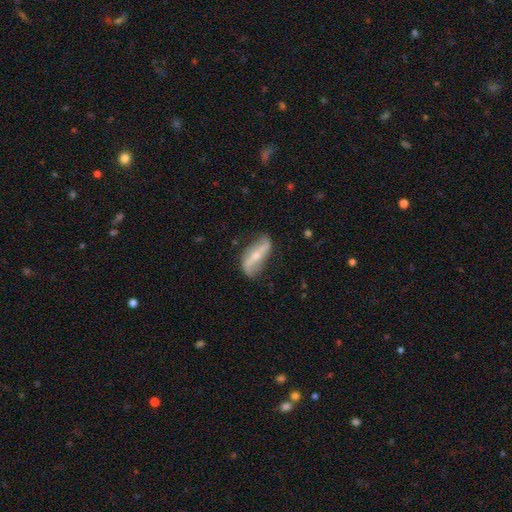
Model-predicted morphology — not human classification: smooth_or_featured: featured or disk (p=0.78) [alt: smooth p=0.16]
disk_edge_on: no (p=0.84) [alt: yes p=0.16]
bar: strong (p=0.59) [alt: weak p=0.22]
has_spiral_arms: yes (p=0.84) [alt: no p=0.16]
spiral_winding: loose (p=0.81) [alt: medium p=0.12]
spiral_arm_count: 2 (p=0.90) [alt: can't tell p=0.05]
bulge_size: small (p=0.59) [alt: moderate p=0.36]
merging: none (p=0.71) [alt: minor disturbance p=0.20]